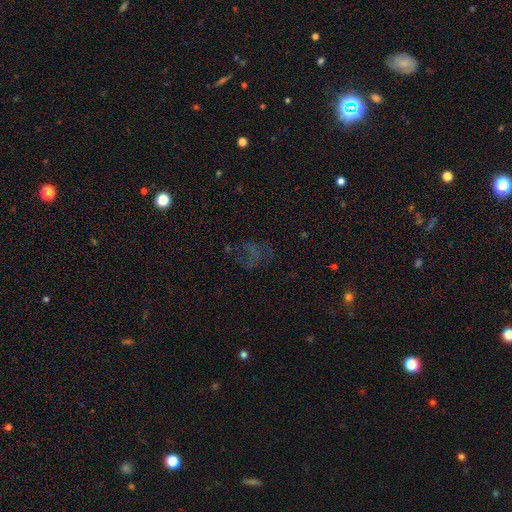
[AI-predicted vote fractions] Smooth or featured? star or artifact (40%)